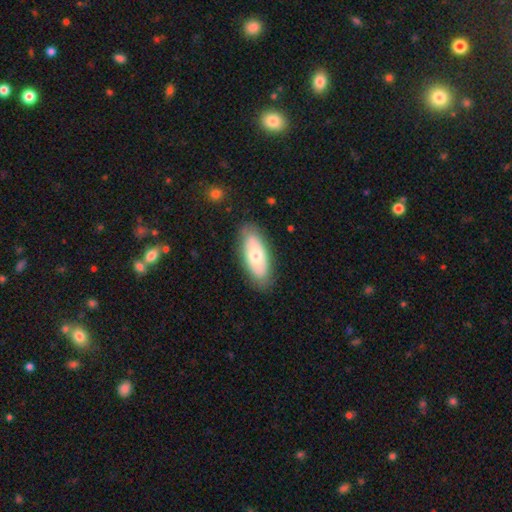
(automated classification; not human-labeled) This appears to be a smooth galaxy with no disk features (56%) that is in between round and cigar-shaped (86%). Merging: none (82%).